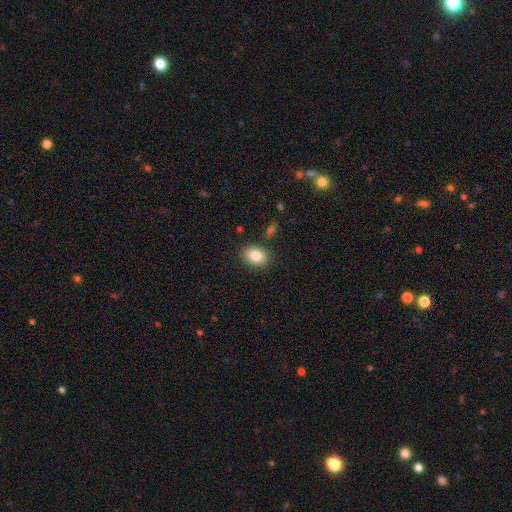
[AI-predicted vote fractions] Smooth or featured? smooth (83%)
How rounded? in between (73%)
Merging? none (86%)